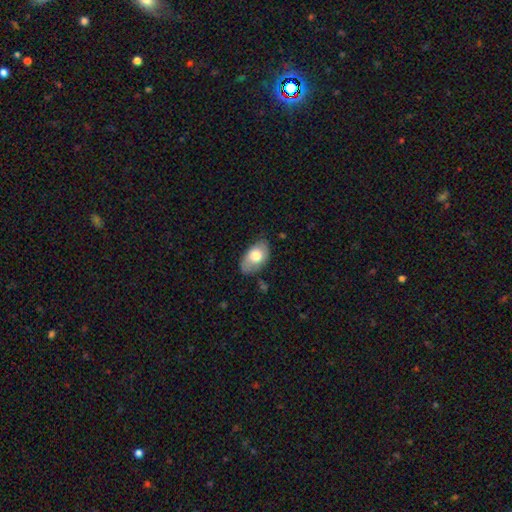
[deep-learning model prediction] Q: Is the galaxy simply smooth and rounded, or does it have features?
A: smooth — 72%.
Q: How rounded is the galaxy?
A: in between — 92%.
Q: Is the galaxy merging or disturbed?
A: none — 68%.